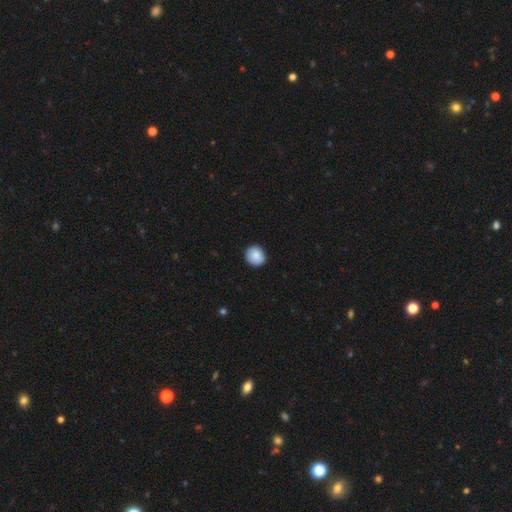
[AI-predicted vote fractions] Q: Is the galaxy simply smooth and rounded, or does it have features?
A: smooth — 88%.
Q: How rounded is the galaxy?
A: round — 85%.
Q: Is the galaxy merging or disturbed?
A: none — 89%.